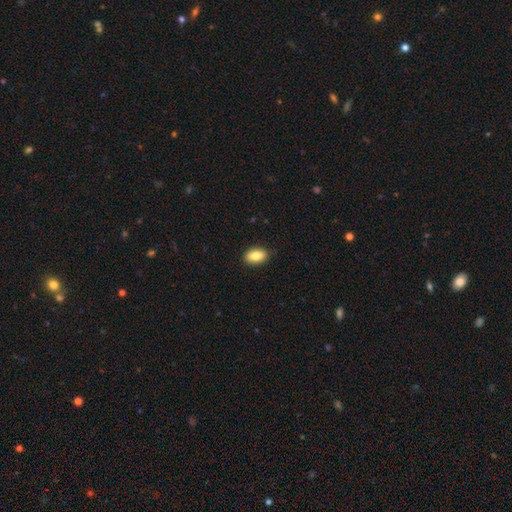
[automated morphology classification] A smooth galaxy with no disk features (83%) that is in between round and cigar-shaped (89%). Merging: none (89%).